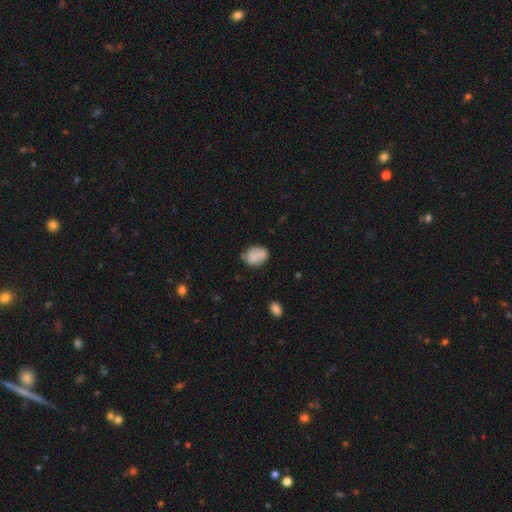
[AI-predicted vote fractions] Smooth or featured? Predicted: smooth (p=0.79). How rounded? Predicted: in between (p=0.71). Merging? Predicted: none (p=0.60).